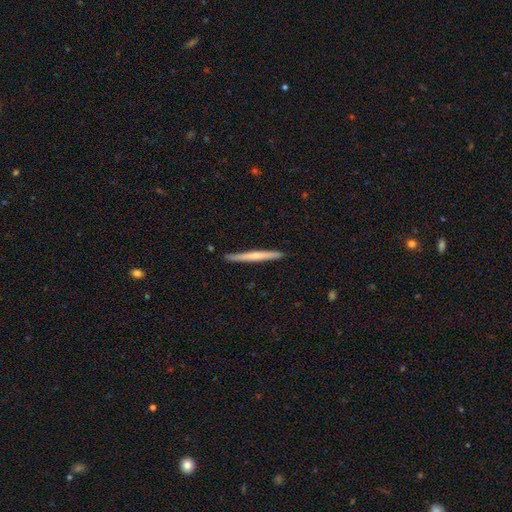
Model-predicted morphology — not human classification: smooth-or-featured: featured or disk: 49% | smooth: 46% | star or artifact: 5%
  merging: none: 91% | minor disturbance: 7% | major disturbance: 1% | merger: 1%